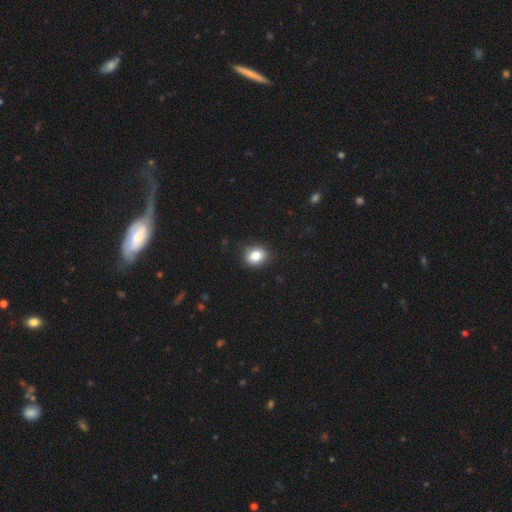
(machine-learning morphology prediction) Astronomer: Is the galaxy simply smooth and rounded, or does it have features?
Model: smooth — 83%.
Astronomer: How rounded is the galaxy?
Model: round — 54% (runner-up: in between, 45%).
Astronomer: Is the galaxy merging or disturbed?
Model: none — 87%.